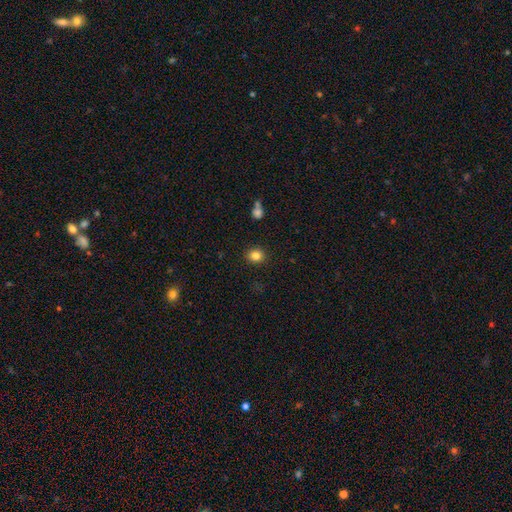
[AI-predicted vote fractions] A smooth galaxy with no disk features (83%) that is round (75%). Merging: none (89%).